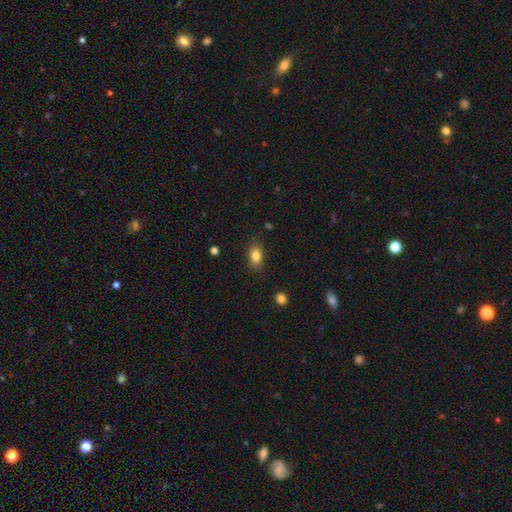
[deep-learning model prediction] Smooth or featured: smooth — 84% (star or artifact — 9%)
How rounded: in between — 80% (round — 18%)
Merging: none — 85% (minor disturbance — 11%)